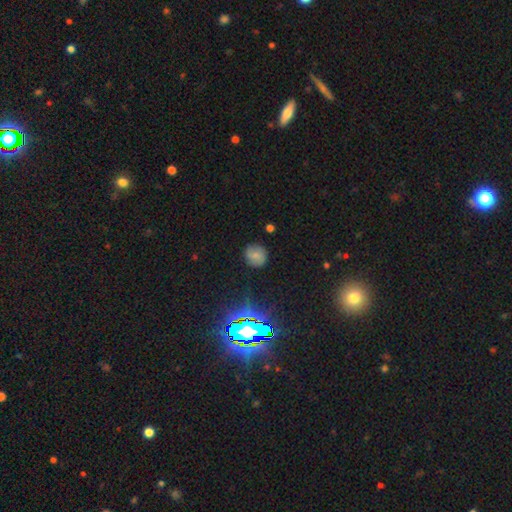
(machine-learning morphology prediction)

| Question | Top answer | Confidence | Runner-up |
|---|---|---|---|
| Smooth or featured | smooth | 70% | star or artifact (16%) |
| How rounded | round | 85% | in between (14%) |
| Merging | none | 83% | minor disturbance (12%) |